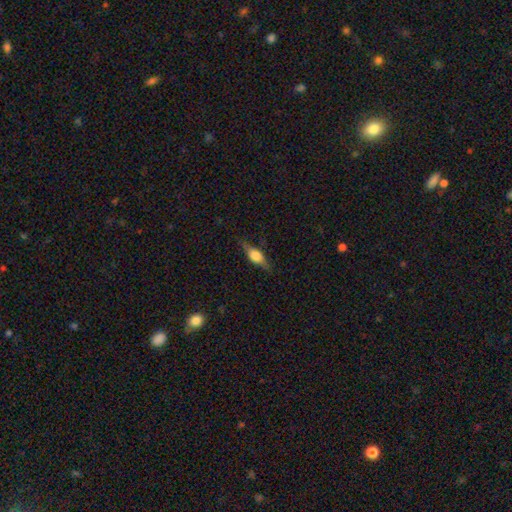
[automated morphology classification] Overall: smooth (49%; featured or disk 43%). Merging: none (78%).